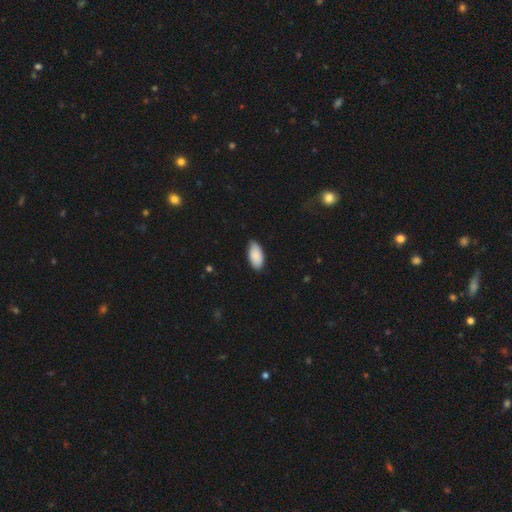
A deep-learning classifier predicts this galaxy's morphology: type=smooth (89%); roundness=in between (94%); merging=none (81%).